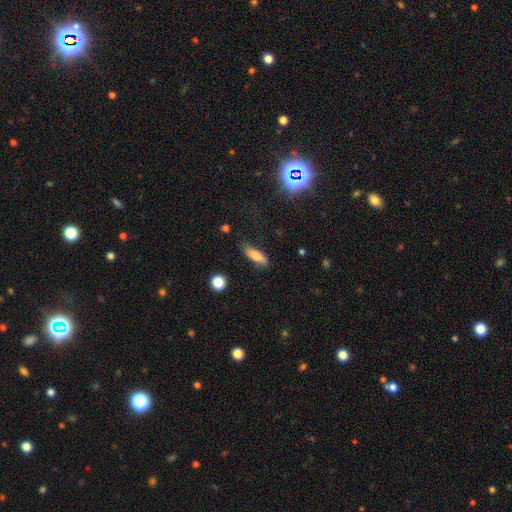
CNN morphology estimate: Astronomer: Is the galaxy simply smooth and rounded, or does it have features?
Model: smooth — 78%.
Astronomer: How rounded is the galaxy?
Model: in between — 53% (runner-up: cigar-shaped, 44%).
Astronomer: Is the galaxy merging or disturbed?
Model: none — 80%.